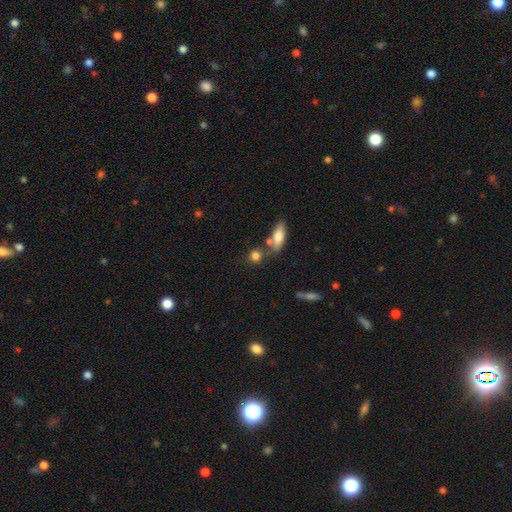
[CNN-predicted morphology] Q: Smooth or featured?
A: smooth (81%); runner-up: star or artifact (10%)
Q: How rounded?
A: round (71%); runner-up: in between (23%)
Q: Merging?
A: none (59%); runner-up: merger (24%)